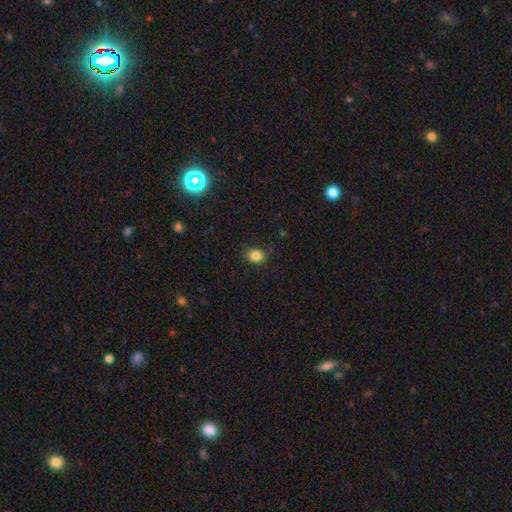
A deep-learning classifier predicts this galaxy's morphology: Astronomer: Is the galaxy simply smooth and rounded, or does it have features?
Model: smooth — 84%.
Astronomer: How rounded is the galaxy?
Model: round — 65%.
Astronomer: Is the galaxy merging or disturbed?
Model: none — 82%.